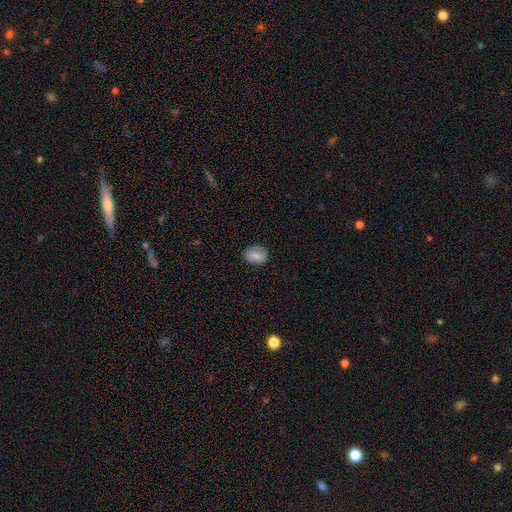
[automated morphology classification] This is likely a smooth galaxy (63%). How rounded: likely in between (62%). Merging: clearly none (81%).